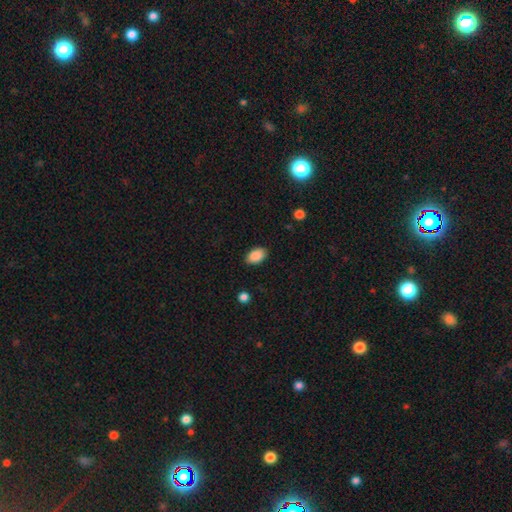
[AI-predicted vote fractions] Smooth or featured? Predicted: smooth (p=0.89). How rounded? Predicted: in between (p=0.90). Merging? Predicted: none (p=0.87).